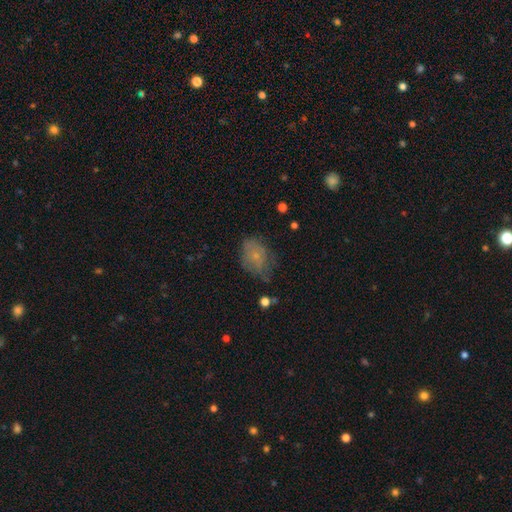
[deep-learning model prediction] This appears to be a smooth galaxy with no disk features (63%) that is in between round and cigar-shaped (72%). Merging: none (52%).